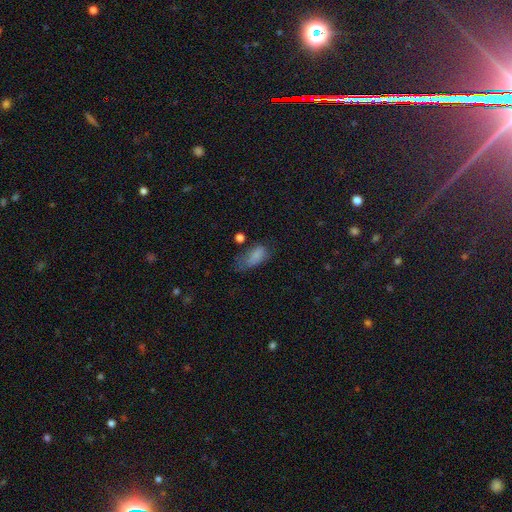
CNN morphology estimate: This appears to be a smooth galaxy with no disk features (77%) that is in between round and cigar-shaped (88%). Merging: none (35%).